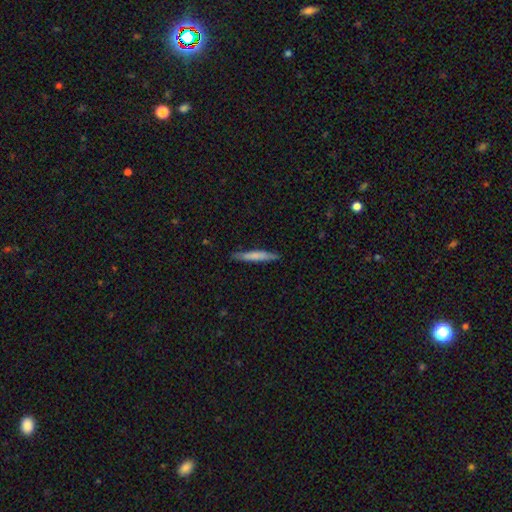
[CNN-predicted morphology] Smooth or featured? smooth (67%)
How rounded? cigar-shaped (95%)
Merging? none (87%)